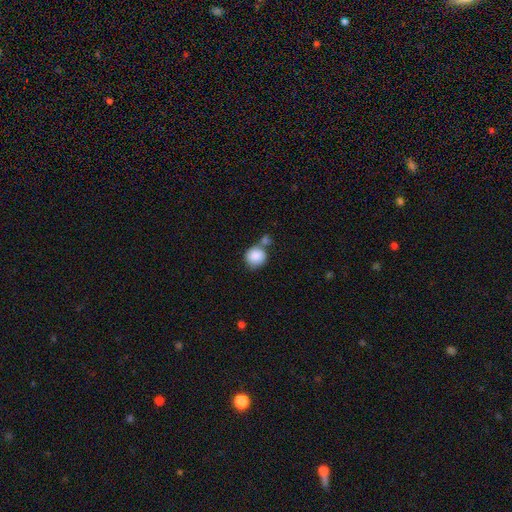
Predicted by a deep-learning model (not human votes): This appears to be a smooth galaxy with no disk features (87%) that is round (86%). Merging: none (47%).